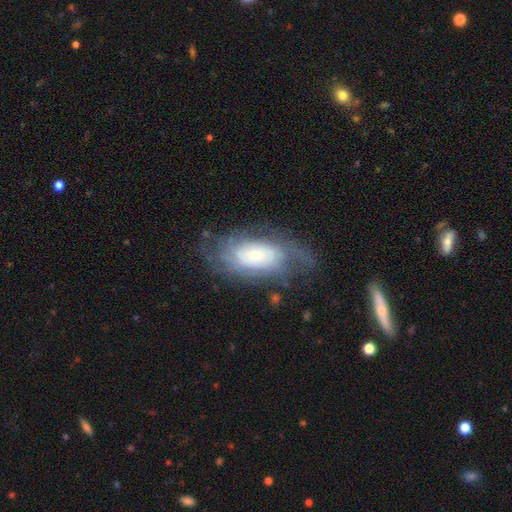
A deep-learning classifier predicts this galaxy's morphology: A featured or disk galaxy (69%) with no bar (74%), tight (57%) spiral arms (84%) and a small central bulge (52%). Merging: none (64%).